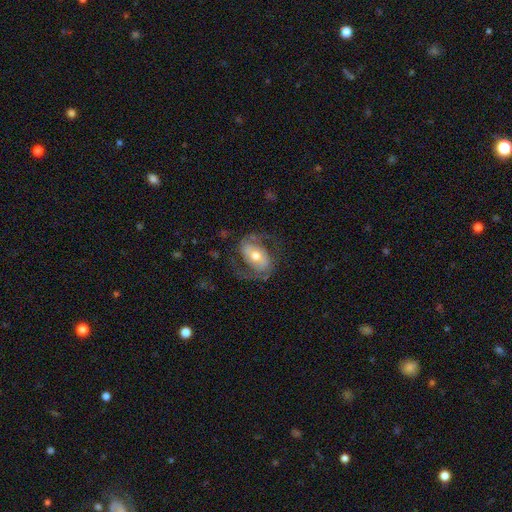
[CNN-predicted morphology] Smooth or featured? featured or disk (78%)
Edge-on disk? no (96%)
Bar? weak (36%)
Spiral arms? yes (89%)
Spiral winding? medium (51%)
Spiral arm count? 2 (90%)
Bulge size? moderate (66%)
Merging? none (69%)